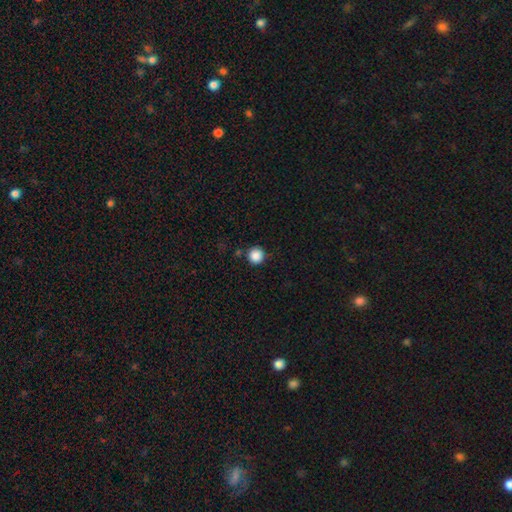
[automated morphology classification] smooth-or-featured: smooth: 87% | star or artifact: 10% | featured or disk: 3%
  how-rounded: round: 96% | in between: 3% | cigar-shaped: 1%
  merging: none: 87% | minor disturbance: 8% | merger: 3% | major disturbance: 2%